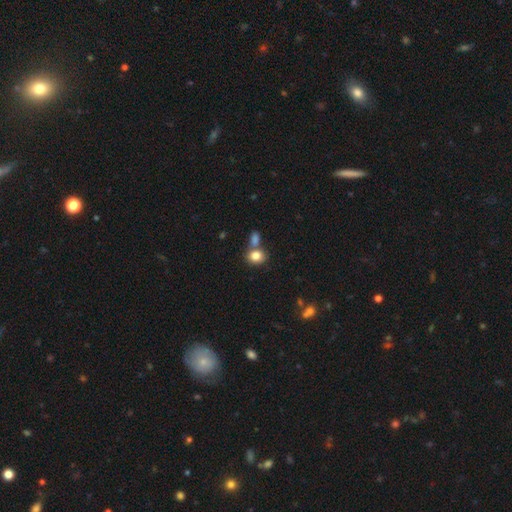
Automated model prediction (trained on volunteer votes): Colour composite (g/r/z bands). It shows a smooth galaxy with no disk features (83%) that is in between round and cigar-shaped (50%). Merging: none (50%).